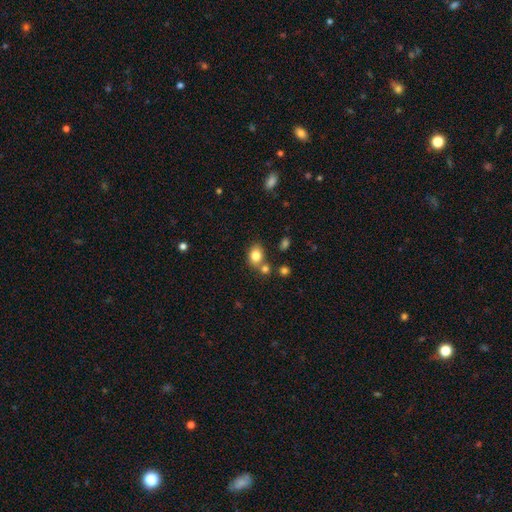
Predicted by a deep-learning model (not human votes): Smooth or featured?
  - smooth: 81% *
  - star or artifact: 11%
  - featured or disk: 8%
How rounded?
  - in between: 59% *
  - round: 40%
  - cigar-shaped: 1%
Merging?
  - none: 64% *
  - merger: 20%
  - minor disturbance: 13%
  - major disturbance: 4%